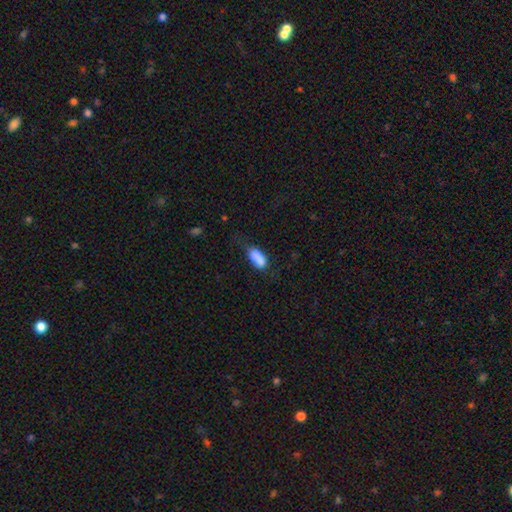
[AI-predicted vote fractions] A smooth galaxy with no disk features (77%) that is in between round and cigar-shaped (81%).

Vote fractions:
- Smooth or featured? smooth: 77% / featured or disk: 15% / star or artifact: 9%
- How rounded? in between: 81% / cigar-shaped: 14% / round: 5%
- Merging? none: 33% / merger: 29% / minor disturbance: 25% / major disturbance: 13%